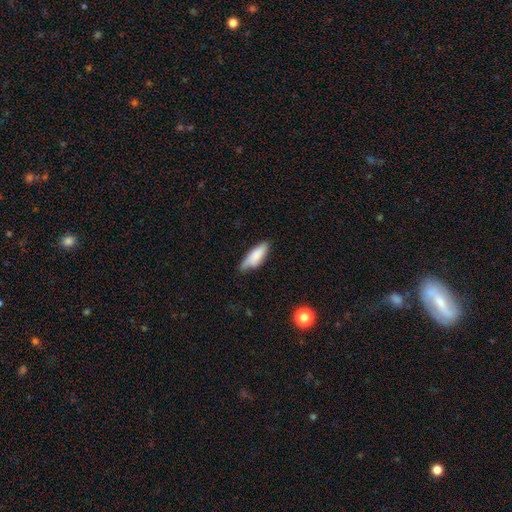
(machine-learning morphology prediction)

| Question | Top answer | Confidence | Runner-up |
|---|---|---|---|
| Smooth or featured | smooth | 79% | featured or disk (15%) |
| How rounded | in between | 63% | cigar-shaped (35%) |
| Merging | none | 55% | minor disturbance (35%) |